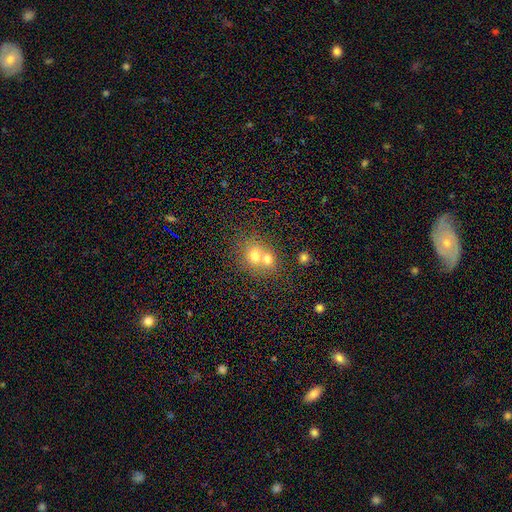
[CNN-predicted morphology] The model was most divided on "merging": merger: 58%, none: 33%, minor disturbance: 6%, major disturbance: 3%. More confident: how rounded — round (72%); smooth or featured — smooth (69%).